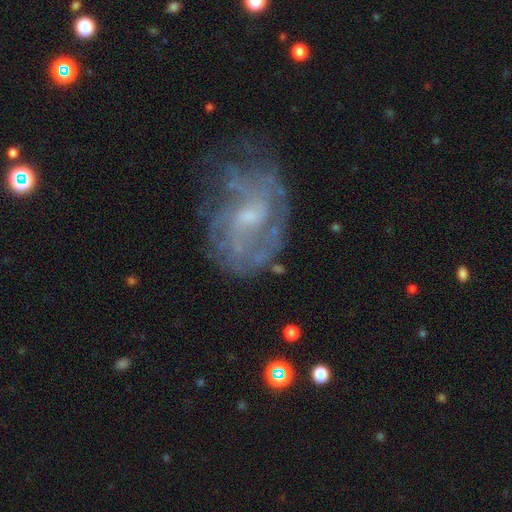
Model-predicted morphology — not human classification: Smooth or featured?
  - featured or disk: 74% *
  - smooth: 16%
  - star or artifact: 9%
Edge-on disk?
  - no: 97% *
  - yes: 3%
Bar?
  - weak: 47% *
  - no: 45%
  - strong: 8%
Spiral arms?
  - yes: 76% *
  - no: 24%
Spiral winding?
  - tight: 39% * (tied)
  - medium: 39% * (tied)
  - loose: 23%
Spiral arm count?
  - can't tell: 50% *
  - 2: 21%
  - 3: 12%
  - 4: 7%
  - 1: 6%
  - more than 4: 4%
Bulge size?
  - small: 55% *
  - moderate: 32%
  - none: 11%
  - large: 2%
  - dominant: 1%
Merging?
  - none: 58% *
  - minor disturbance: 24%
  - major disturbance: 16%
  - merger: 2%